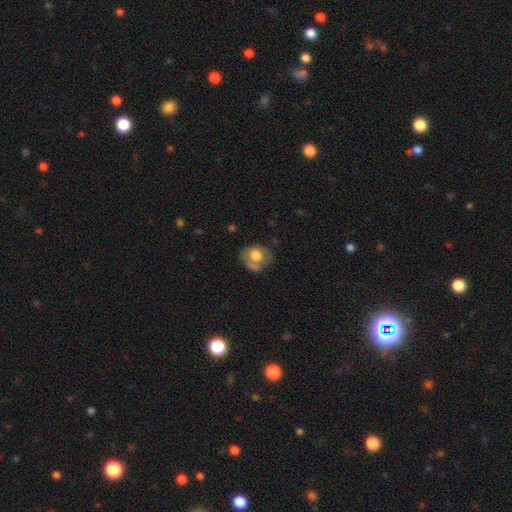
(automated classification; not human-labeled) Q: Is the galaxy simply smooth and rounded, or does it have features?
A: smooth — 66%.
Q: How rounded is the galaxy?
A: round — 65%.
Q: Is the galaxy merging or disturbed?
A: none — 54%.